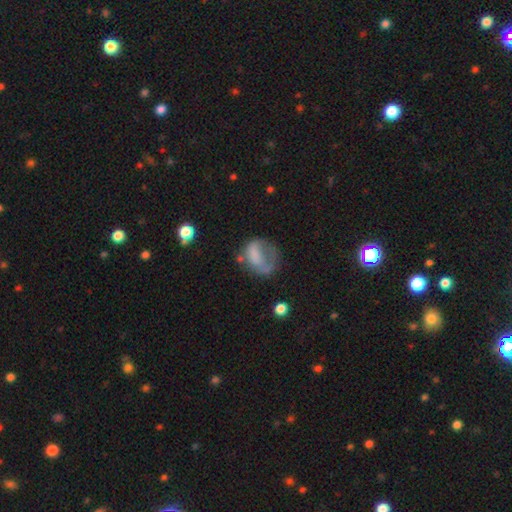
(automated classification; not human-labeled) Smooth or featured?
  - smooth: 57% *
  - featured or disk: 32%
  - star or artifact: 11%
How rounded?
  - in between: 54% *
  - round: 45%
  - cigar-shaped: 2%
Merging?
  - major disturbance: 42% *
  - none: 29%
  - minor disturbance: 25%
  - merger: 5%